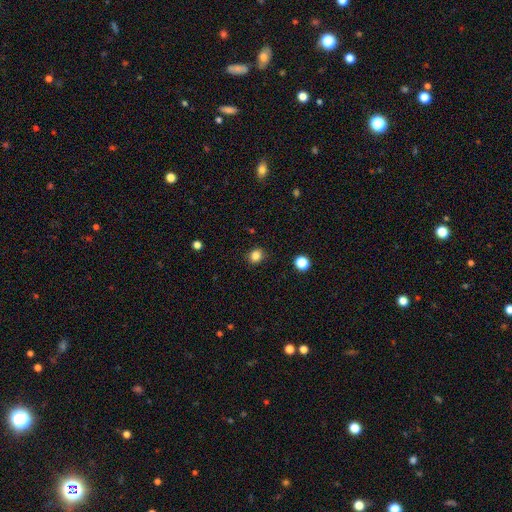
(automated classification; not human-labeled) A smooth galaxy with no disk features (83%) that is round (73%). Merging: none (87%).